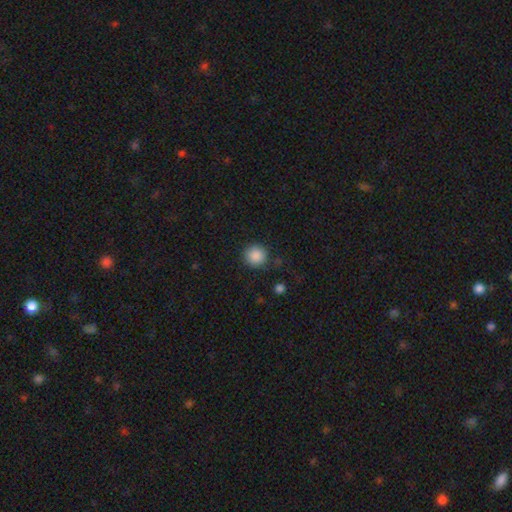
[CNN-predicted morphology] Smooth or featured?
  - smooth: 88% *
  - star or artifact: 9%
  - featured or disk: 3%
How rounded?
  - round: 93% *
  - in between: 6%
  - cigar-shaped: 1%
Merging?
  - none: 87% *
  - minor disturbance: 8%
  - major disturbance: 3%
  - merger: 2%